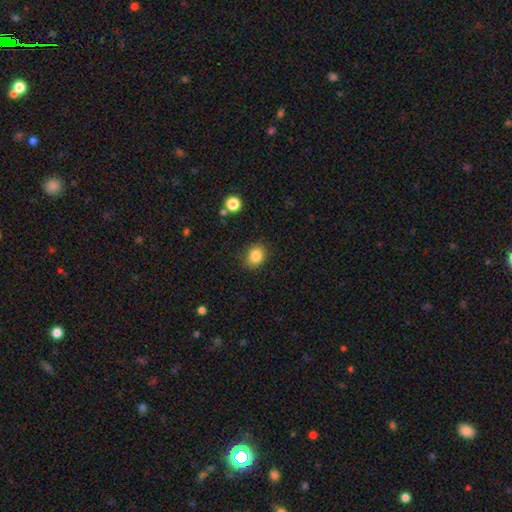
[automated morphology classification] The model was most divided on "how rounded": round: 58%, in between: 41%, cigar-shaped: 1%. More confident: smooth or featured — smooth (85%); merging — none (84%).